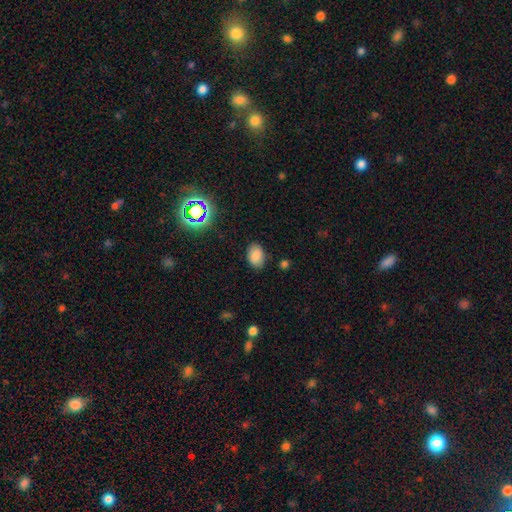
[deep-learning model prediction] Smooth or featured: smooth — 83% (star or artifact — 12%)
How rounded: in between — 83% (round — 16%)
Merging: none — 84% (minor disturbance — 12%)